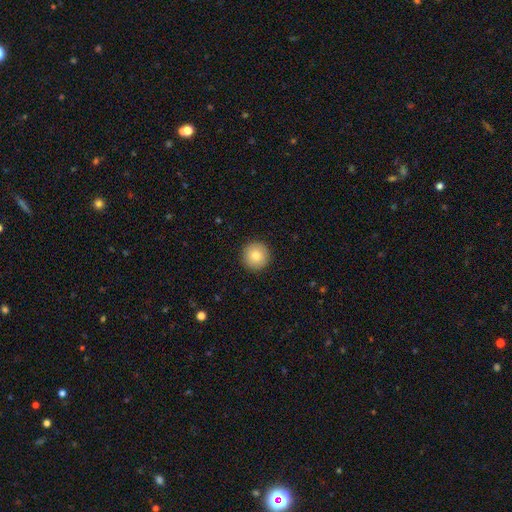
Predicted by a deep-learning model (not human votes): The model was most divided on "smooth or featured": smooth: 81%, featured or disk: 11%, star or artifact: 8%. More confident: how rounded — round (96%); merging — none (92%).